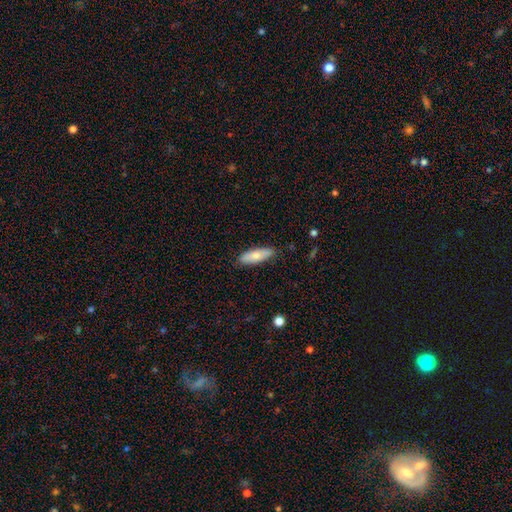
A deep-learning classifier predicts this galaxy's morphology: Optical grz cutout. It shows a smooth galaxy with no disk features (75%) that is in between round and cigar-shaped (56%). Merging: none (86%).